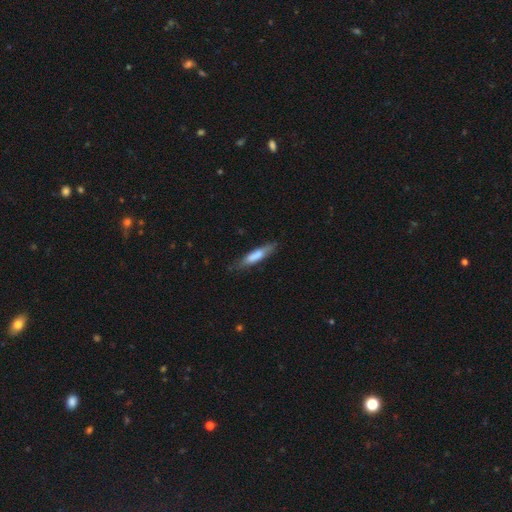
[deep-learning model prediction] smooth-or-featured: smooth: 71% | featured or disk: 23% | star or artifact: 6%
  how-rounded: cigar-shaped: 81% | in between: 18% | round: 1%
  merging: none: 73% | minor disturbance: 20% | major disturbance: 5% | merger: 2%